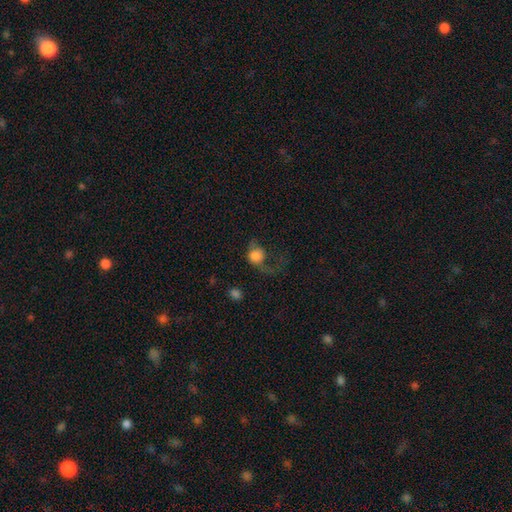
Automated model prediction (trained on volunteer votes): Overall: smooth (70%). How rounded: round (70%). Merging: major disturbance (56%; none 23%).